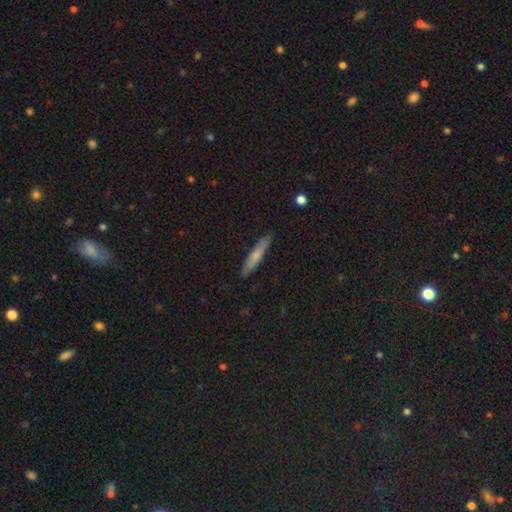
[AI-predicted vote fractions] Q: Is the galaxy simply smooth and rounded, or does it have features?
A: smooth — 66%.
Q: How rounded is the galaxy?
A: cigar-shaped — 91%.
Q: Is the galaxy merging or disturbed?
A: none — 89%.